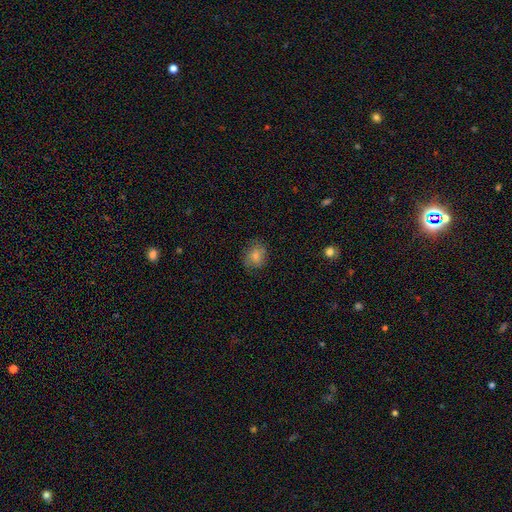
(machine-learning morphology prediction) Smooth or featured: smooth — 61% (featured or disk — 23%)
How rounded: round — 60% (in between — 39%)
Merging: none — 78% (minor disturbance — 16%)